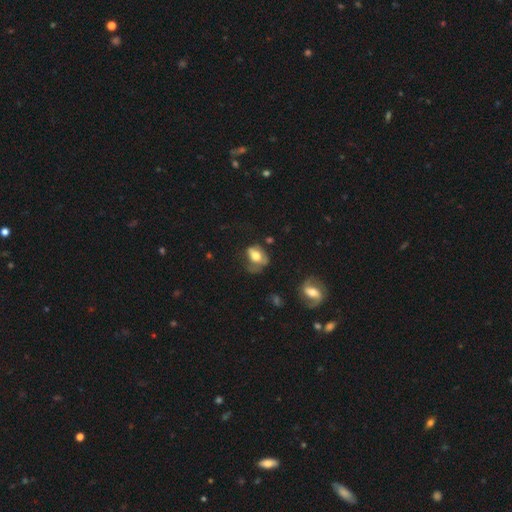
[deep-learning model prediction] smooth-or-featured: smooth: 58% | featured or disk: 33% | star or artifact: 9%
  how-rounded: in between: 73% | round: 26% | cigar-shaped: 2%
  merging: major disturbance: 35% | none: 30% | minor disturbance: 30% | merger: 5%